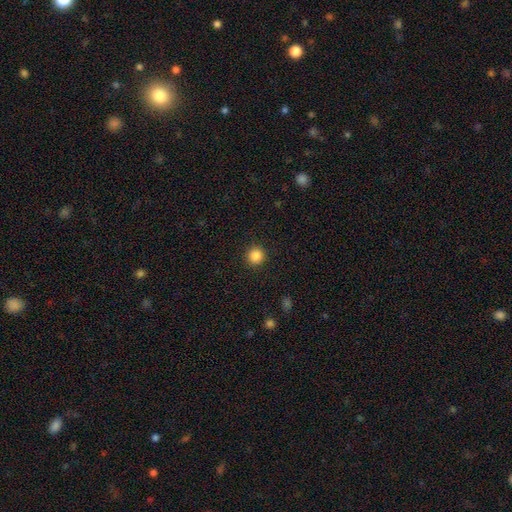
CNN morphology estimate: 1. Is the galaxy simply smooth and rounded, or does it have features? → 86% smooth, 10% star or artifact, 3% featured or disk.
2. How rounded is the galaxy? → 93% round, 6% in between, 1% cigar-shaped.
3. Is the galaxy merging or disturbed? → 92% none, 5% minor disturbance, 2% major disturbance, 1% merger.